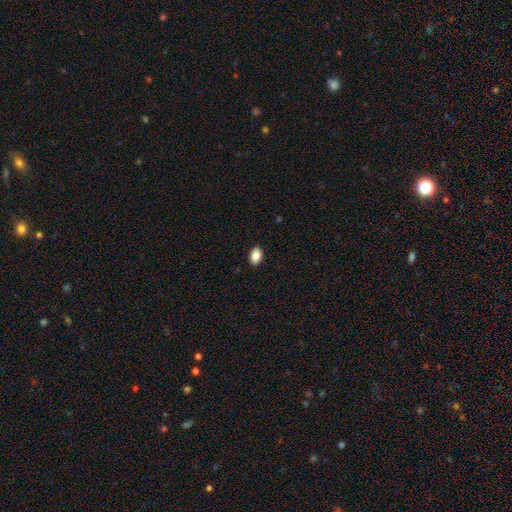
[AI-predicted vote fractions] Overall: smooth (88%). How rounded: in between (89%). Merging: none (90%).